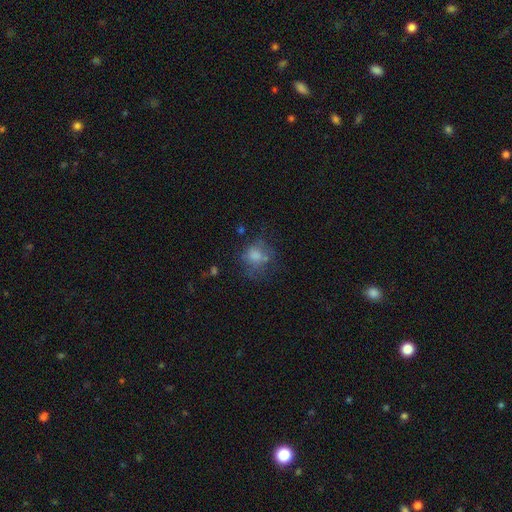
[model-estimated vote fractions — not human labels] smooth_or_featured: smooth (p=0.64) [alt: featured or disk p=0.22]
how_rounded: round (p=0.65) [alt: in between p=0.34]
merging: none (p=0.48) [alt: minor disturbance p=0.23]